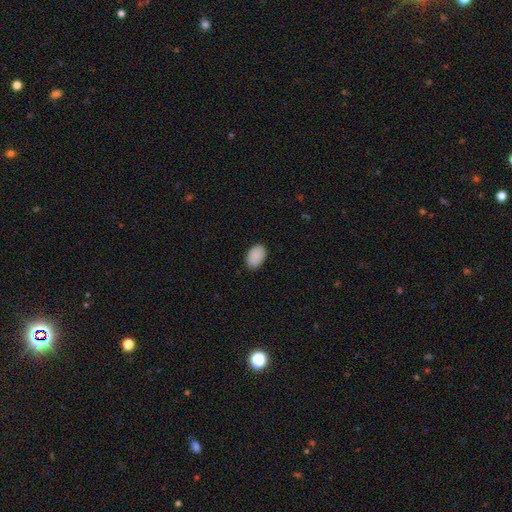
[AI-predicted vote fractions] A smooth galaxy with no disk features (90%) that is in between round and cigar-shaped (90%).

Vote fractions:
- Smooth or featured? smooth: 90% / star or artifact: 7% / featured or disk: 3%
- How rounded? in between: 90% / round: 9% / cigar-shaped: 1%
- Merging? none: 84% / minor disturbance: 13% / major disturbance: 2% / merger: 1%